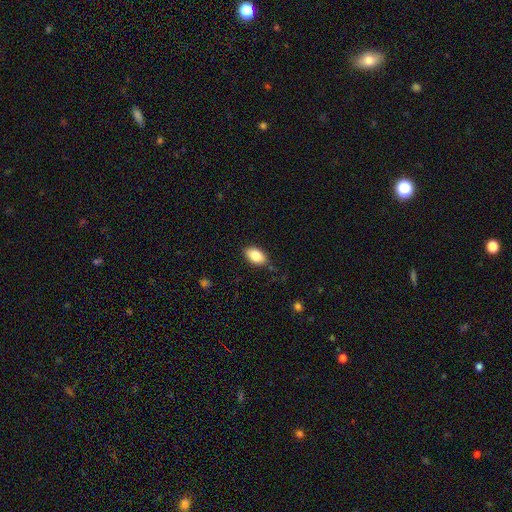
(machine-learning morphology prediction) A smooth galaxy with no disk features (85%) that is in between round and cigar-shaped (92%). Merging: none (84%).